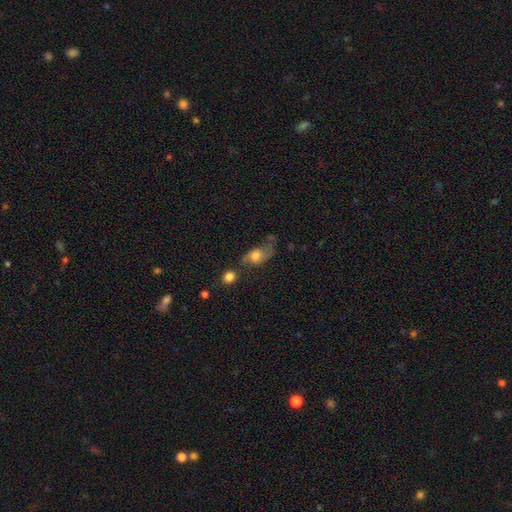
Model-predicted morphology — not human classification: Smooth or featured? smooth (53%)
How rounded? in between (74%)
Merging? none (39%)